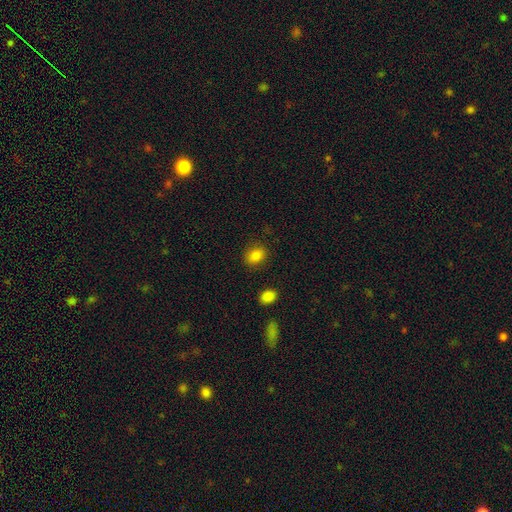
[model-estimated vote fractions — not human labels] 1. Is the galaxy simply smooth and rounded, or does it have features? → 84% smooth, 10% star or artifact, 5% featured or disk.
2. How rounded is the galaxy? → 57% in between, 42% round, 1% cigar-shaped.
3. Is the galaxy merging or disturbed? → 85% none, 10% minor disturbance, 3% major disturbance, 2% merger.